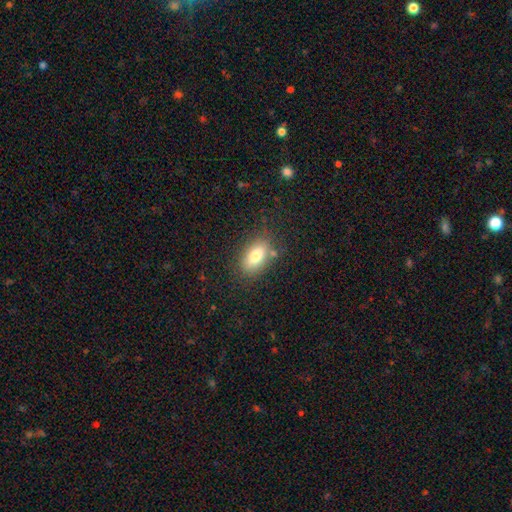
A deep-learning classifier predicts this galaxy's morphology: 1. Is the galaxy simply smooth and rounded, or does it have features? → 77% smooth, 14% featured or disk, 9% star or artifact.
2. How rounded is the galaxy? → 87% in between, 7% round, 6% cigar-shaped.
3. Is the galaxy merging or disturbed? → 78% none, 13% minor disturbance, 4% major disturbance, 4% merger.